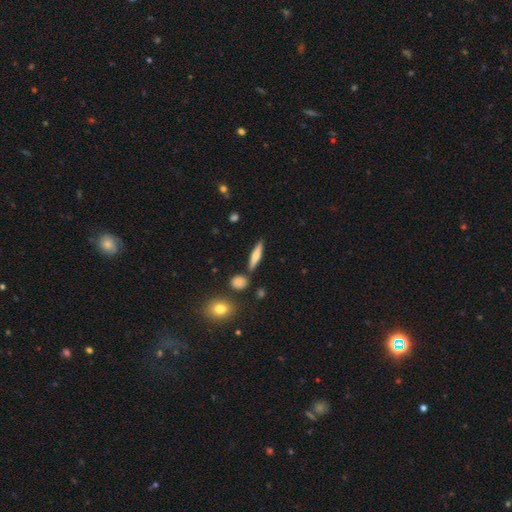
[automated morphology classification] Smooth or featured? smooth (54%)
How rounded? cigar-shaped (77%)
Merging? none (84%)